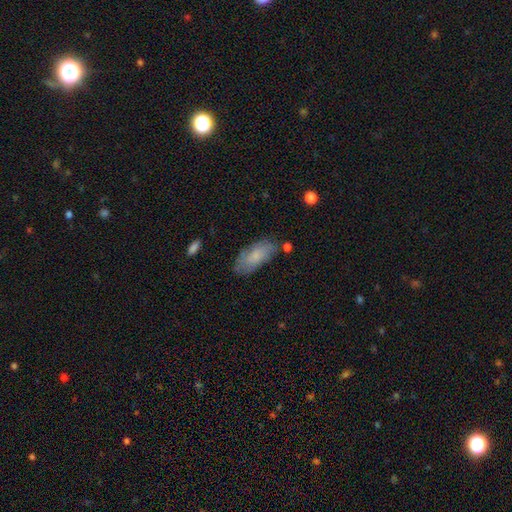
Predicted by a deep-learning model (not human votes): smooth 74%, featured or disk 20%, star or artifact 7%. Down the decision tree: how rounded — in between (84%); merging — none (71%).